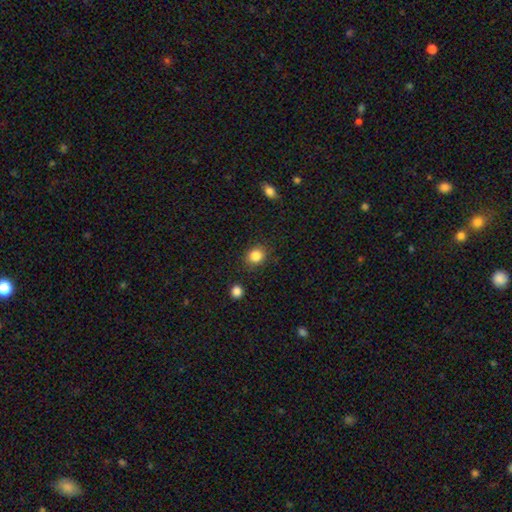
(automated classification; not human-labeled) A smooth galaxy with no disk features (85%) that is round (75%).

Vote fractions:
- Smooth or featured? smooth: 85% / star or artifact: 10% / featured or disk: 5%
- How rounded? round: 75% / in between: 24% / cigar-shaped: 1%
- Merging? none: 86% / minor disturbance: 9% / major disturbance: 3% / merger: 2%